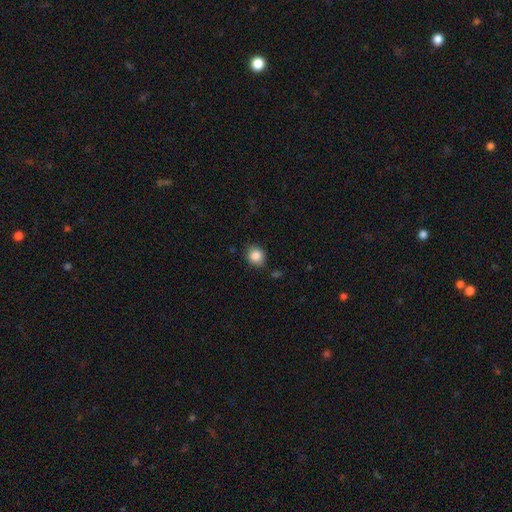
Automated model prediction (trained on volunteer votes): This is clearly a smooth galaxy (86%). How rounded: likely round (74%). Merging: clearly none (83%).